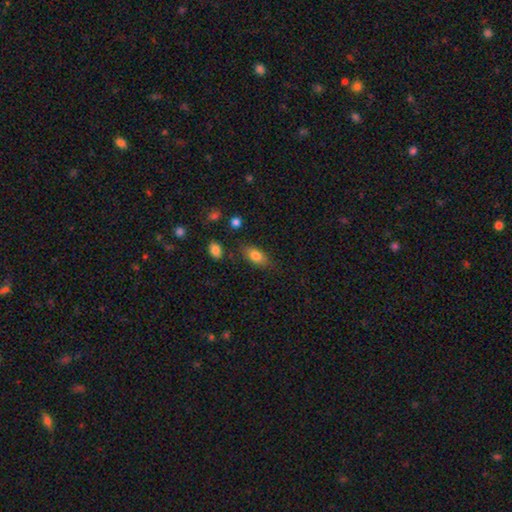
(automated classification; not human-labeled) smooth 80%, featured or disk 12%, star or artifact 8%. Down the decision tree: how rounded — in between (86%); merging — none (79%).